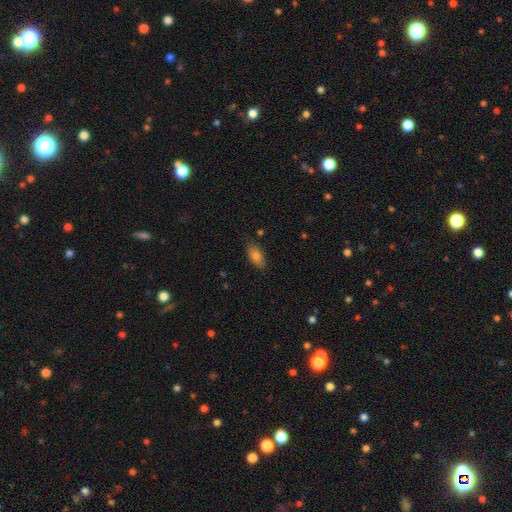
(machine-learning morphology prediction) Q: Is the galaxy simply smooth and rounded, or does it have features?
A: smooth — 80%.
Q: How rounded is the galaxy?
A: in between — 90%.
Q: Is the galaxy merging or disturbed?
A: none — 75%.